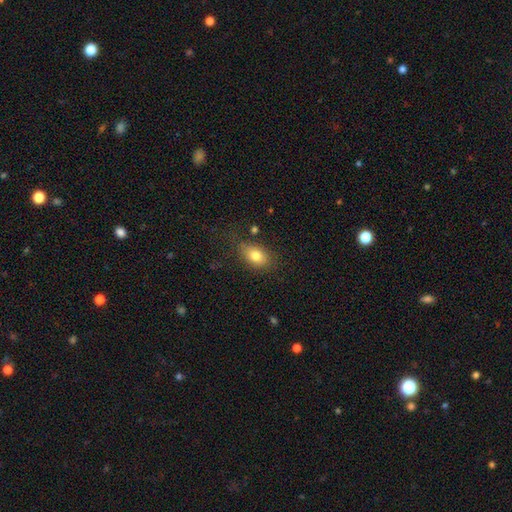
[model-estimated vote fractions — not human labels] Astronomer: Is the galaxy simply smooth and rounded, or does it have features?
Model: smooth — 79%.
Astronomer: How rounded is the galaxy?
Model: in between — 82%.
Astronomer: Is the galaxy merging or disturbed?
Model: none — 70%.